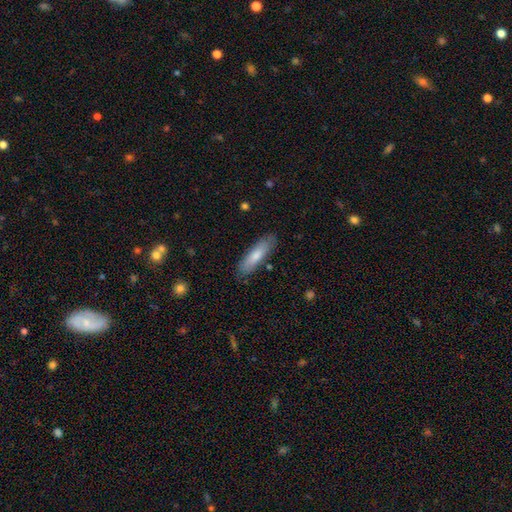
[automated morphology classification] A smooth galaxy with no disk features (75%) that is cigar-shaped (64%).

Vote fractions:
- Smooth or featured? smooth: 75% / featured or disk: 20% / star or artifact: 6%
- How rounded? cigar-shaped: 64% / in between: 35% / round: 1%
- Merging? none: 84% / minor disturbance: 12% / major disturbance: 3% / merger: 2%